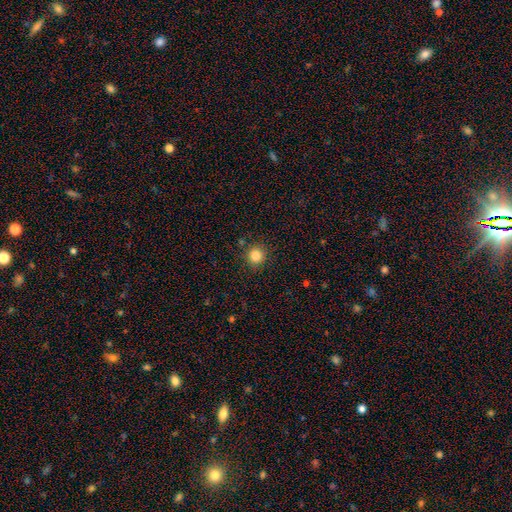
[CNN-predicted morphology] The model was most divided on "smooth or featured": smooth: 84%, star or artifact: 12%, featured or disk: 5%. More confident: how rounded — round (92%); merging — none (88%).